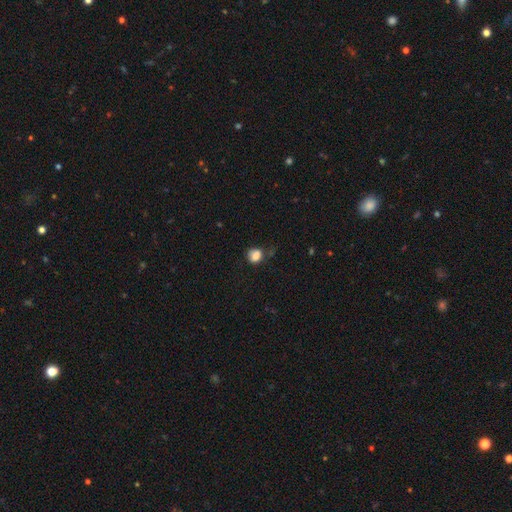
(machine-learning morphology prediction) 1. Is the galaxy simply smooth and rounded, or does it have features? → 81% smooth, 11% star or artifact, 8% featured or disk.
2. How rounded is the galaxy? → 64% round, 35% in between, 1% cigar-shaped.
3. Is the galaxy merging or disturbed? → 57% none, 27% minor disturbance, 11% major disturbance, 5% merger.